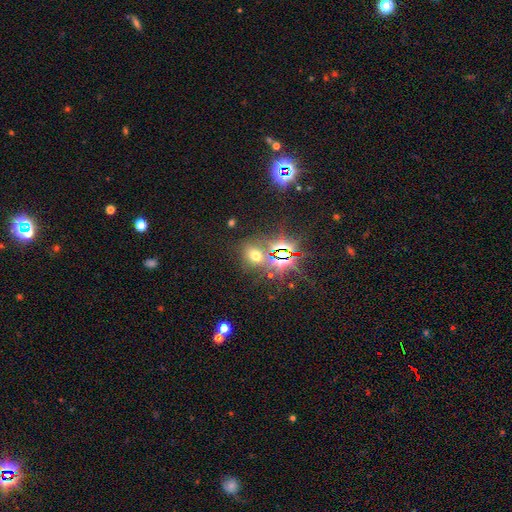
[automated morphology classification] Smooth or featured? smooth (46%)
Merging? none (71%)